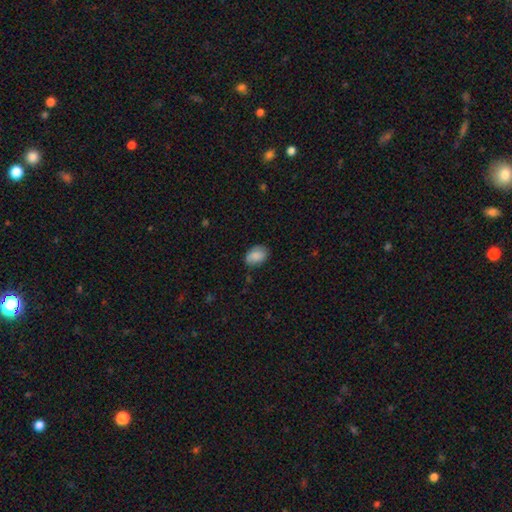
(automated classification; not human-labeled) Overall: smooth (85%). How rounded: in between (82%). Merging: none (75%).